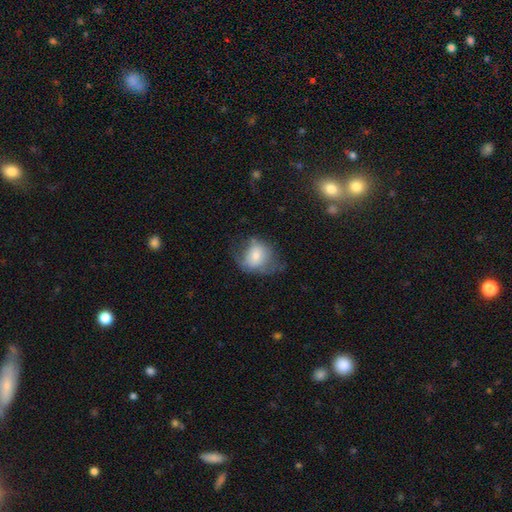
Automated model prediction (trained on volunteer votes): Smooth or featured? smooth (64%)
How rounded? round (56%)
Merging? none (38%)